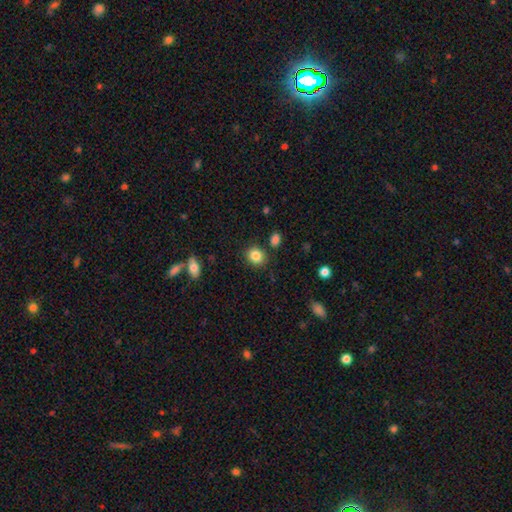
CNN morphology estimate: smooth-or-featured: smooth: 85% | star or artifact: 10% | featured or disk: 5%
  how-rounded: round: 74% | in between: 25% | cigar-shaped: 1%
  merging: none: 83% | minor disturbance: 10% | merger: 5% | major disturbance: 3%